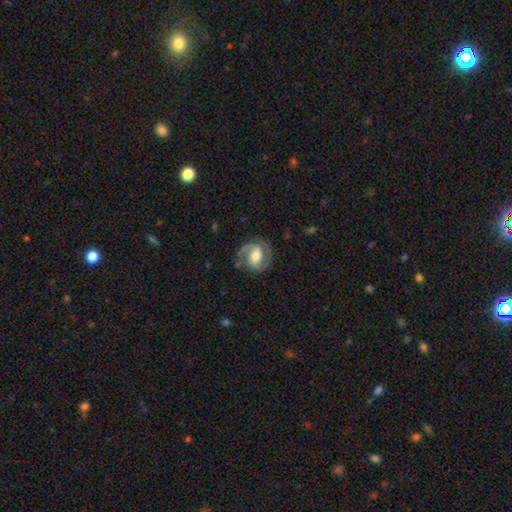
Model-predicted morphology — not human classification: Overall: featured or disk (83%). Edge-on disk: no (98%). Bar: weak (46%; no 32%). Spiral arms: yes (95%). Spiral arm count: 2 (87%). Spiral winding: medium (52%; tight 32%). Bulge size: moderate (58%; large 25%). Merging: none (77%).